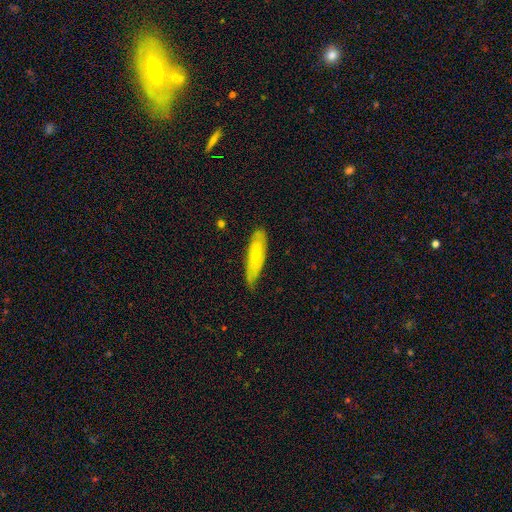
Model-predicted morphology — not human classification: Q: Smooth or featured?
A: smooth (54%); runner-up: featured or disk (40%)
Q: How rounded?
A: cigar-shaped (65%); runner-up: in between (33%)
Q: Merging?
A: none (69%); runner-up: minor disturbance (25%)